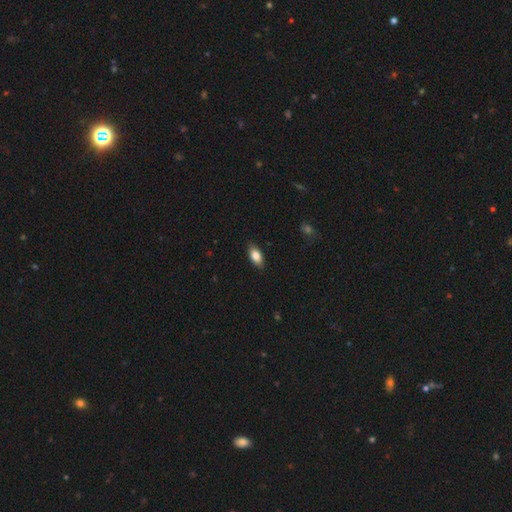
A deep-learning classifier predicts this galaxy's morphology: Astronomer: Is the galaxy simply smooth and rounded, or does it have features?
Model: smooth — 83%.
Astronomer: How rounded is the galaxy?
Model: in between — 89%.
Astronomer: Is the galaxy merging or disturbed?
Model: none — 86%.